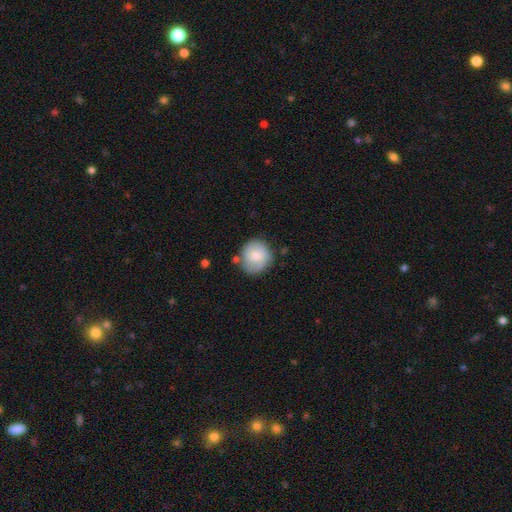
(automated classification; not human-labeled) Smooth or featured: smooth — 67% (featured or disk — 26%)
How rounded: round — 89% (in between — 10%)
Merging: none — 71% (minor disturbance — 19%)